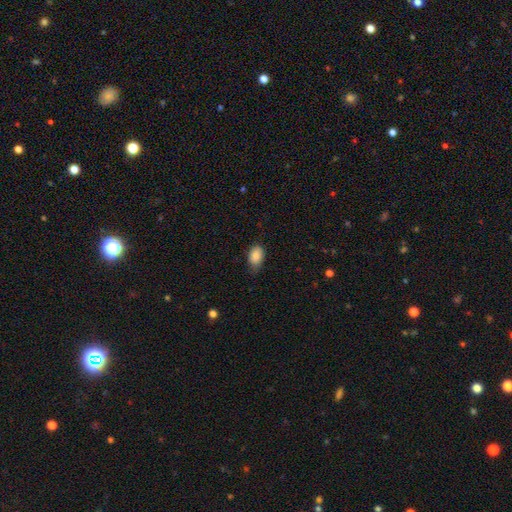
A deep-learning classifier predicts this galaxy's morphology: smooth_or_featured: smooth (p=0.87) [alt: star or artifact p=0.07]
how_rounded: in between (p=0.86) [alt: round p=0.12]
merging: none (p=0.64) [alt: minor disturbance p=0.29]